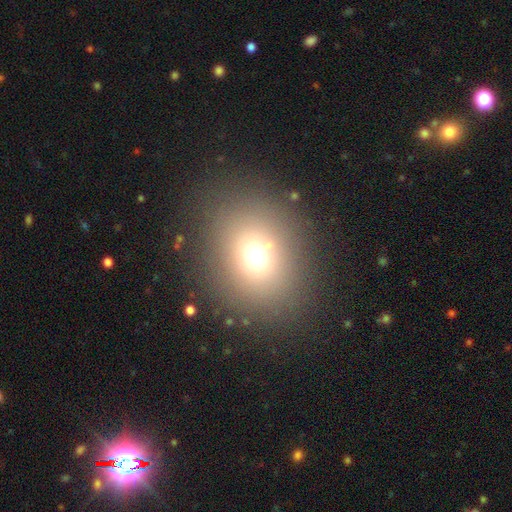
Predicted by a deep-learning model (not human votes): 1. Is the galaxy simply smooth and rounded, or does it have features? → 67% smooth, 21% star or artifact, 12% featured or disk.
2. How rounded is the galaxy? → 67% round, 32% in between, 1% cigar-shaped.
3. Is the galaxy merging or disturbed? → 84% none, 8% minor disturbance, 5% major disturbance, 3% merger.